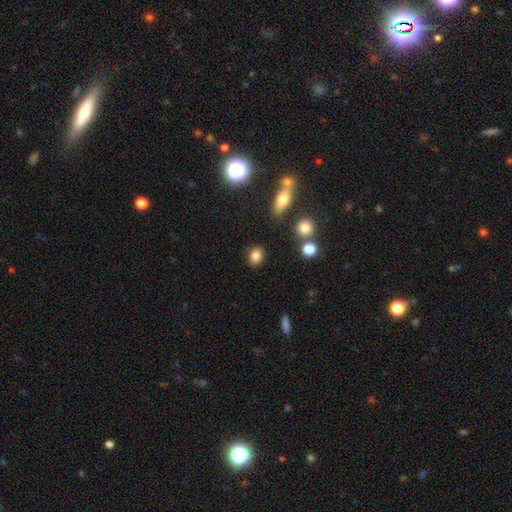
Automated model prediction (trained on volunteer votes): Smooth or featured? Predicted: smooth (p=0.83). How rounded? Predicted: in between (p=0.50). Merging? Predicted: none (p=0.84).